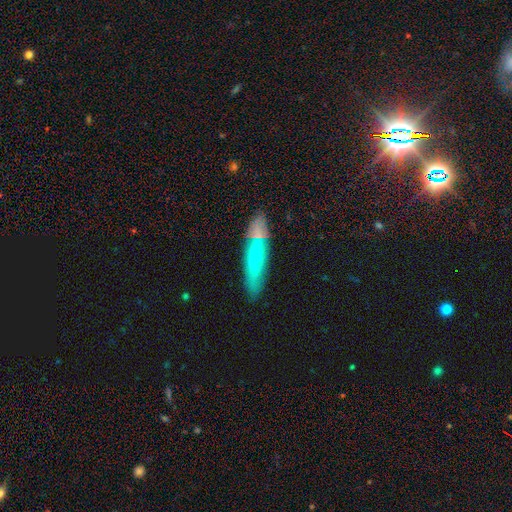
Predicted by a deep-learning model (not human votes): A smooth galaxy with no disk features (53%) that is cigar-shaped (70%). Merging: none (71%).